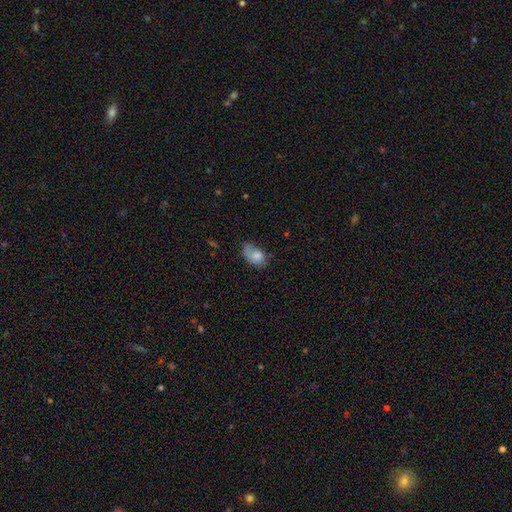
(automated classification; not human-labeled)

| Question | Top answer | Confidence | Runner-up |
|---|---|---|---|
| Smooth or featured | smooth | 77% | featured or disk (15%) |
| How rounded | in between | 85% | round (13%) |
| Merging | minor disturbance | 39% | none (38%) |